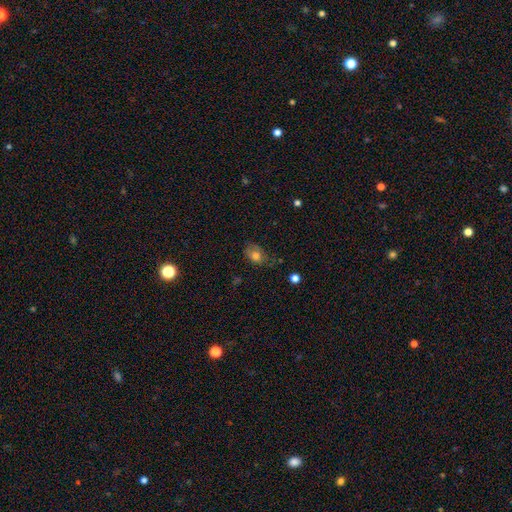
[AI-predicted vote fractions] Smooth or featured? smooth (73%)
How rounded? in between (73%)
Merging? none (53%)